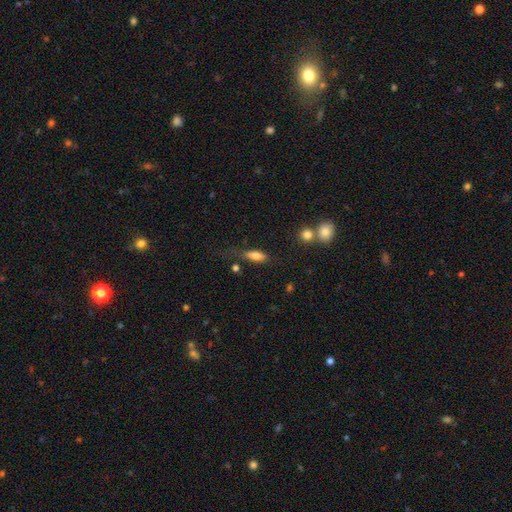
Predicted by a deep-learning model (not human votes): Overall: smooth (76%). How rounded: in between (70%). Merging: none (50%; minor disturbance 25%).